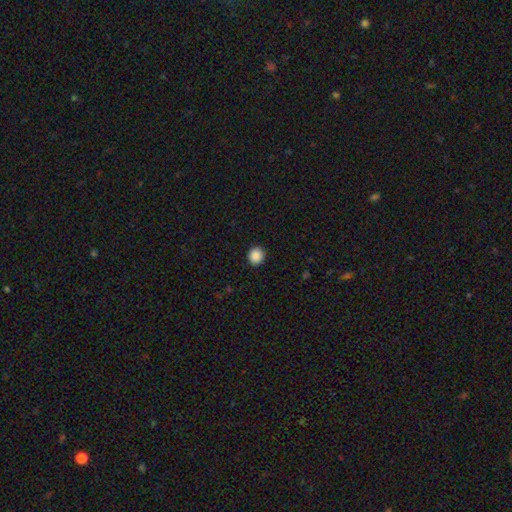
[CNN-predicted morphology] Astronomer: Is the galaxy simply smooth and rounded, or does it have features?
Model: smooth — 88%.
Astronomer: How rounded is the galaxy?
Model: round — 88%.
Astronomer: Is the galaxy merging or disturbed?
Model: none — 93%.